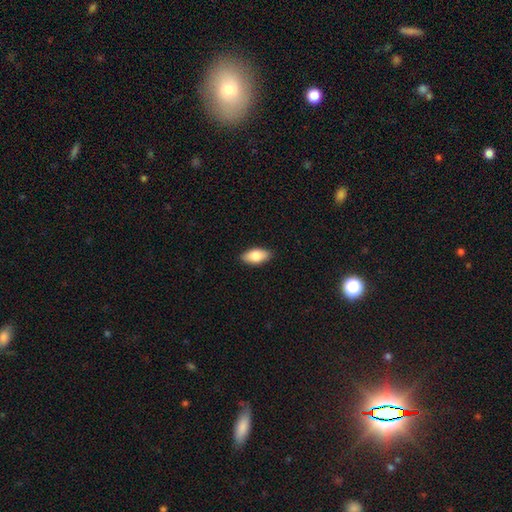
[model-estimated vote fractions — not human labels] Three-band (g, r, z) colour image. It shows a smooth galaxy with no disk features (81%) that is in between round and cigar-shaped (91%). Merging: none (89%).